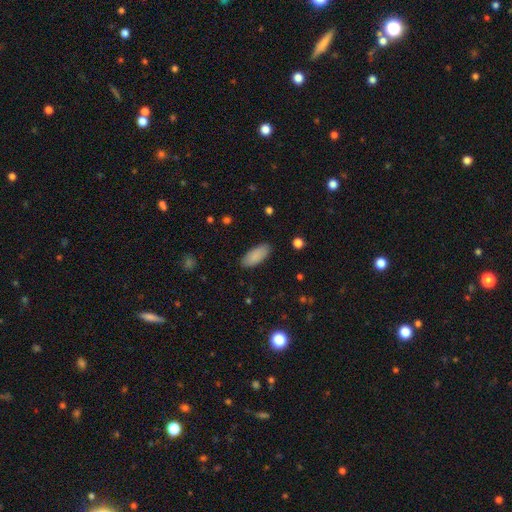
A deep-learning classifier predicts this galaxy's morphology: The model was most divided on "how rounded": in between: 85%, cigar-shaped: 13%, round: 2%. More confident: smooth or featured — smooth (89%); merging — none (88%).